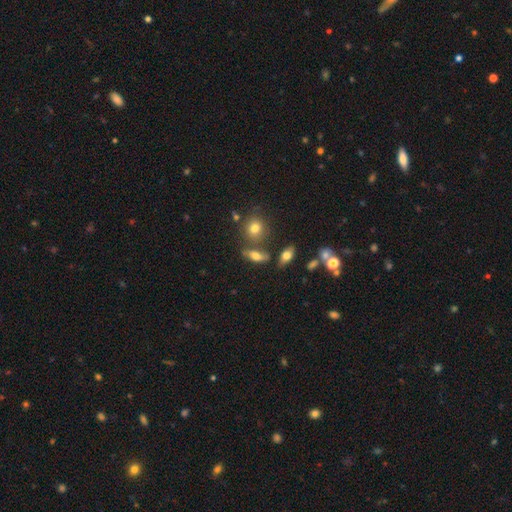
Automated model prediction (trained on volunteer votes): Smooth or featured?
  - smooth: 62% *
  - featured or disk: 27%
  - star or artifact: 11%
How rounded?
  - in between: 66% *
  - cigar-shaped: 25%
  - round: 10%
Merging?
  - none: 65% *
  - minor disturbance: 15%
  - merger: 14%
  - major disturbance: 6%